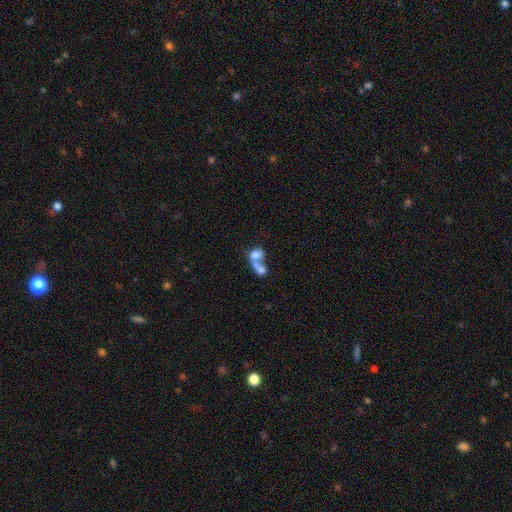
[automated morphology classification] This appears to be a smooth galaxy with no disk features (67%) that is in between round and cigar-shaped (62%). Merging: merger (74%).